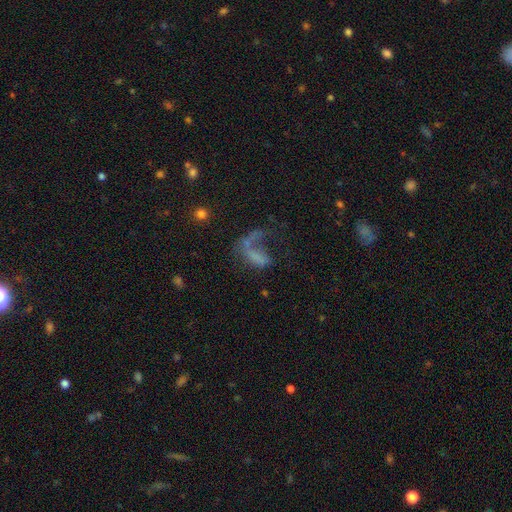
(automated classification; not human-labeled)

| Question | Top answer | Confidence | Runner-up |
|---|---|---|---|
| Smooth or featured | smooth | 42% | featured or disk (41%) |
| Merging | major disturbance | 51% | none (24%) |